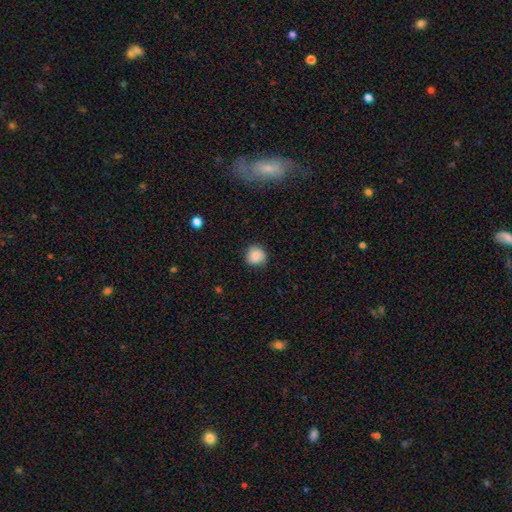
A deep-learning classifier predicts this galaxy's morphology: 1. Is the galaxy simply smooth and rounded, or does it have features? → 86% smooth, 9% star or artifact, 5% featured or disk.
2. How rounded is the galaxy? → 89% round, 10% in between, 1% cigar-shaped.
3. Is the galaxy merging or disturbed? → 82% none, 14% minor disturbance, 3% major disturbance, 1% merger.